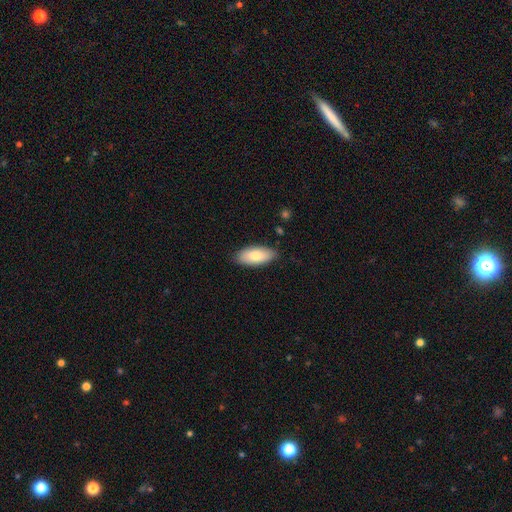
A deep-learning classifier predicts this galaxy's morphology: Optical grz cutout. It shows a smooth galaxy with no disk features (79%) that is in between round and cigar-shaped (87%). Merging: none (86%).